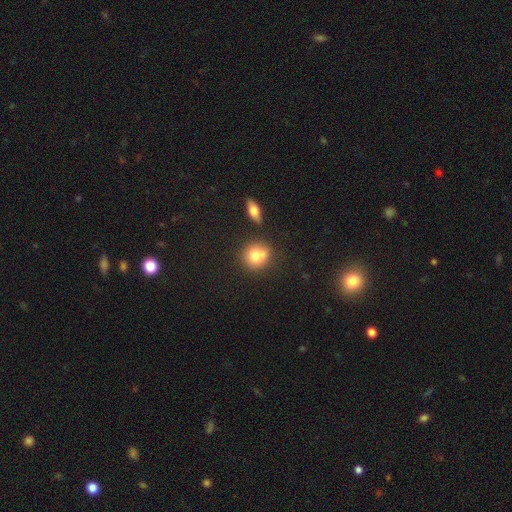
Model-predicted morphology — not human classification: A smooth galaxy with no disk features (76%) that is round (80%). Merging: none (55%).